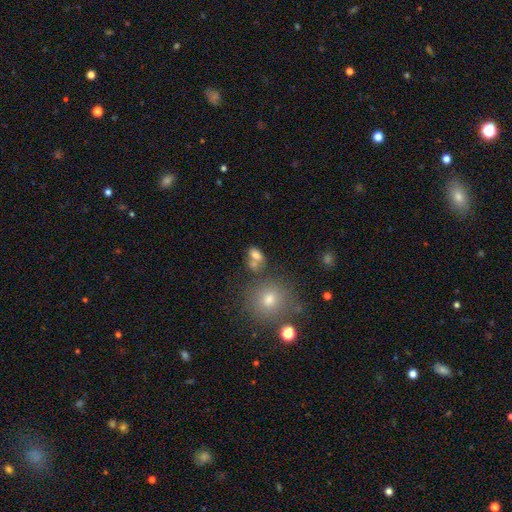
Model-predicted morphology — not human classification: type=smooth (75%); roundness=in between (78%); merging=none (45%).